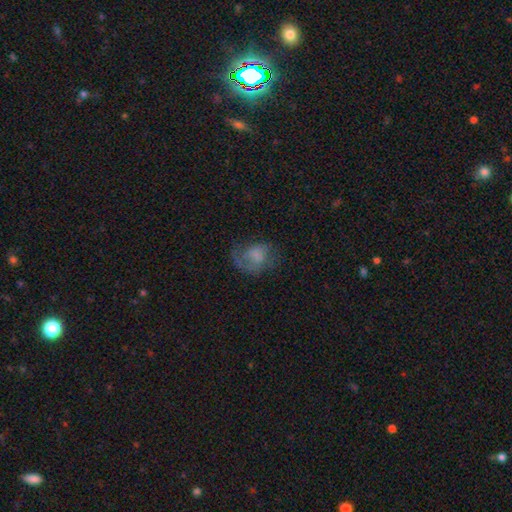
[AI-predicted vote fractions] A featured or disk galaxy (46%). Merging: none (44%).